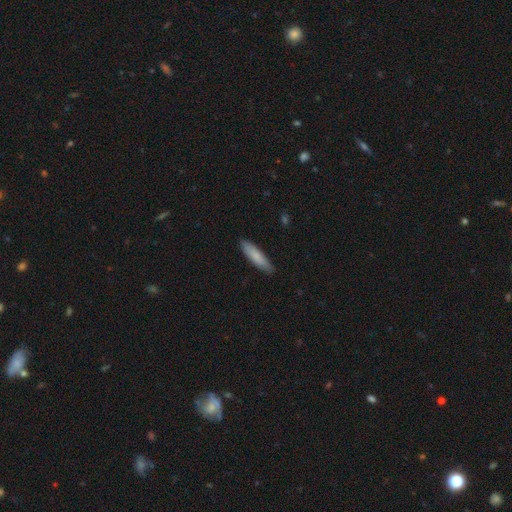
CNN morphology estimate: Smooth or featured? smooth (81%)
How rounded? cigar-shaped (75%)
Merging? none (86%)